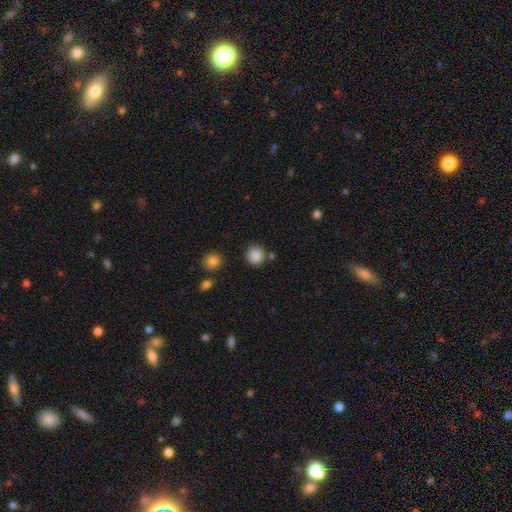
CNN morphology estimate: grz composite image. It shows a smooth galaxy with no disk features (87%) that is round (92%). Merging: none (82%).